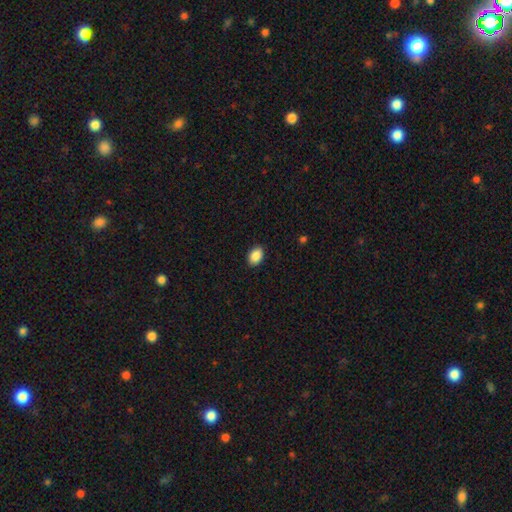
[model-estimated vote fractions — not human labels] The model was most divided on "how rounded": in between: 81%, round: 18%, cigar-shaped: 1%. More confident: merging — none (90%); smooth or featured — smooth (89%).